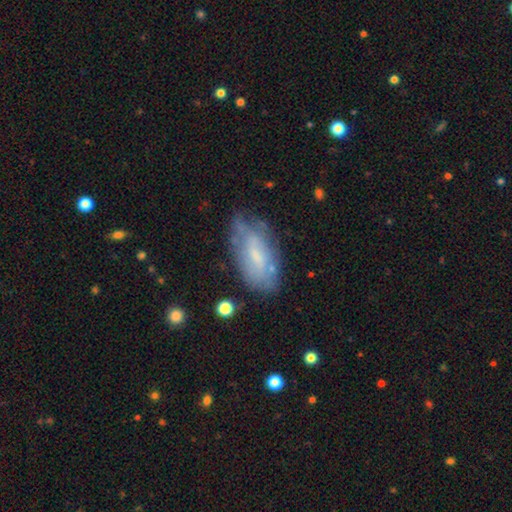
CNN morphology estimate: Smooth or featured? Predicted: smooth (p=0.47). Merging? Predicted: none (p=0.62).